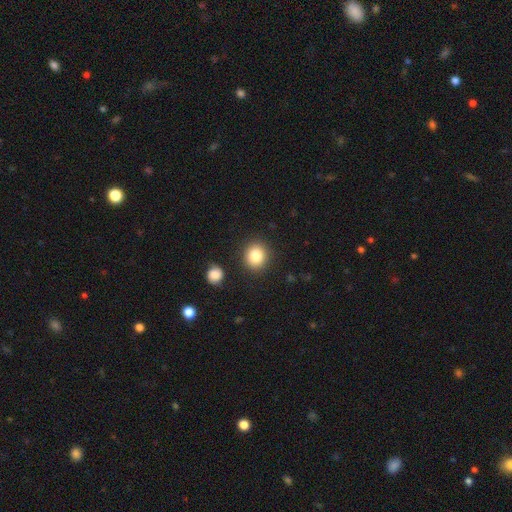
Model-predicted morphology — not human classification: Smooth or featured? Predicted: smooth (p=0.83). How rounded? Predicted: round (p=0.83). Merging? Predicted: none (p=0.88).